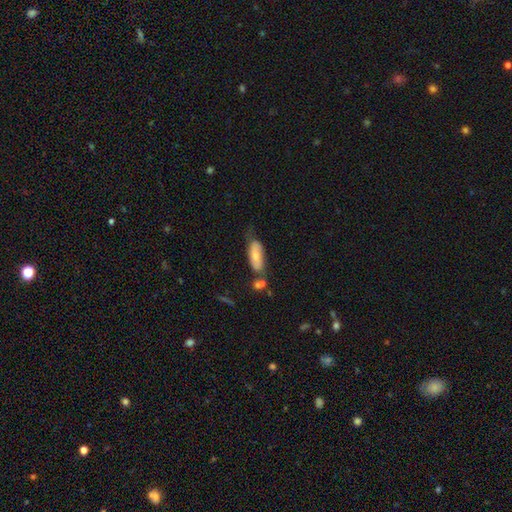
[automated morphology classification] This is likely a smooth galaxy (69%). How rounded: likely in between (69%). Merging: marginally none (45%).